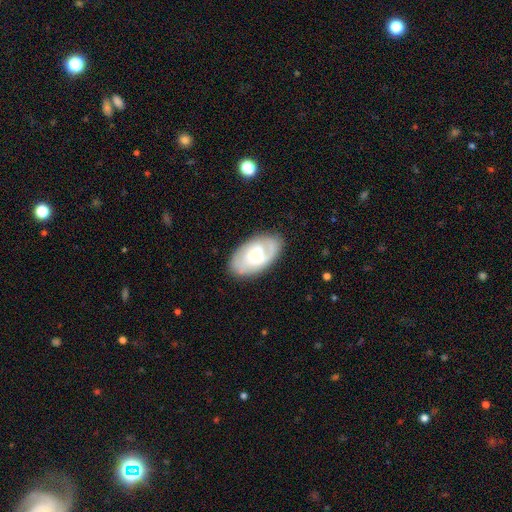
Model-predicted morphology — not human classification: Overall: featured or disk (68%). Edge-on disk: no (96%). Bar: no (61%; weak 33%). Spiral arms: yes (89%). Spiral arm count: 2 (55%; can't tell 21%). Spiral winding: tight (45%; medium 40%). Bulge size: small (38%; moderate 37%). Merging: none (79%).